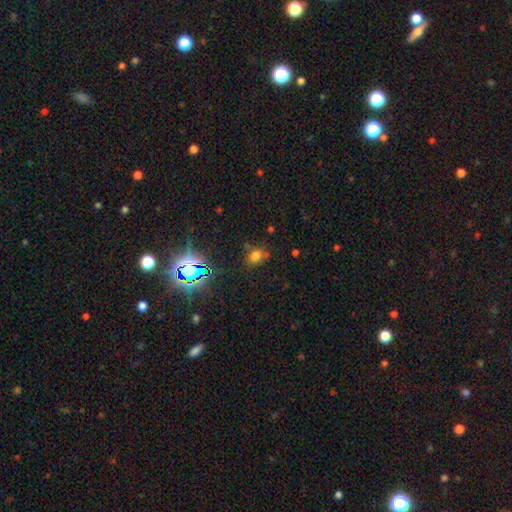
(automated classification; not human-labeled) The model was most divided on "how rounded": in between: 52%, round: 46%, cigar-shaped: 2%. More confident: merging — none (68%); smooth or featured — smooth (67%).